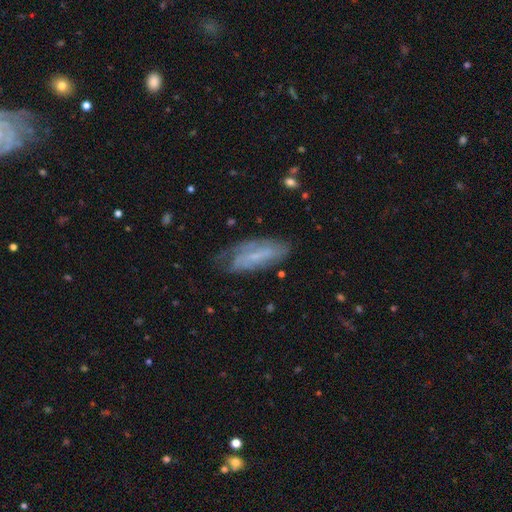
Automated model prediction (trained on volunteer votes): Smooth or featured? Predicted: featured or disk (p=0.59). Edge-on disk? Predicted: no (p=0.82). Merging? Predicted: none (p=0.58).